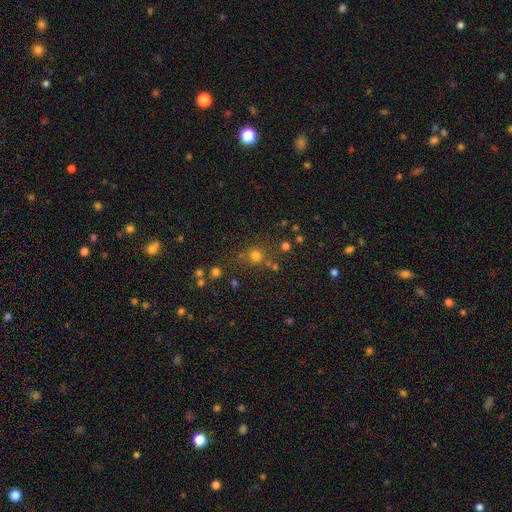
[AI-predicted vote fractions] Overall: smooth (70%). How rounded: round (88%). Merging: none (71%).